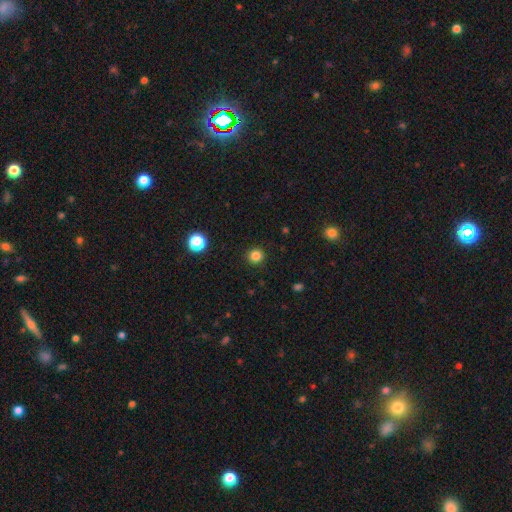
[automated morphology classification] A smooth galaxy with no disk features (83%) that is round (93%). Merging: none (92%).